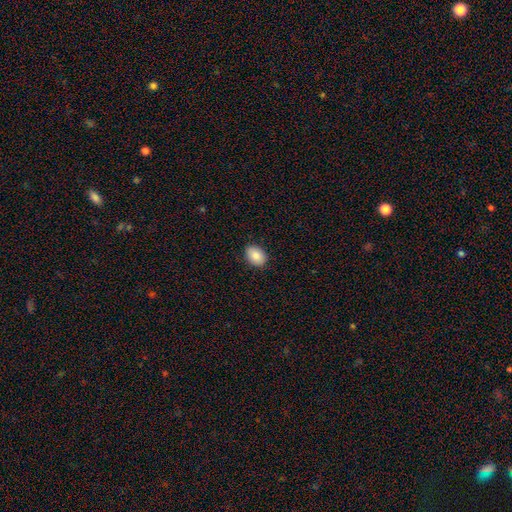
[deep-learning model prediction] Smooth or featured? smooth (86%)
How rounded? in between (73%)
Merging? none (89%)